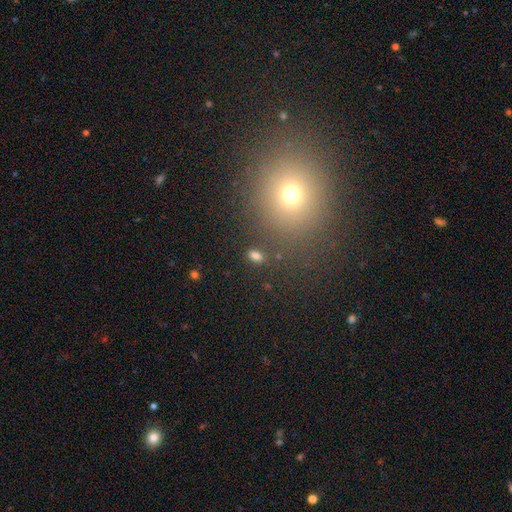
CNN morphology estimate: This is likely a smooth galaxy (79%). How rounded: clearly in between (85%). Merging: clearly none (83%).